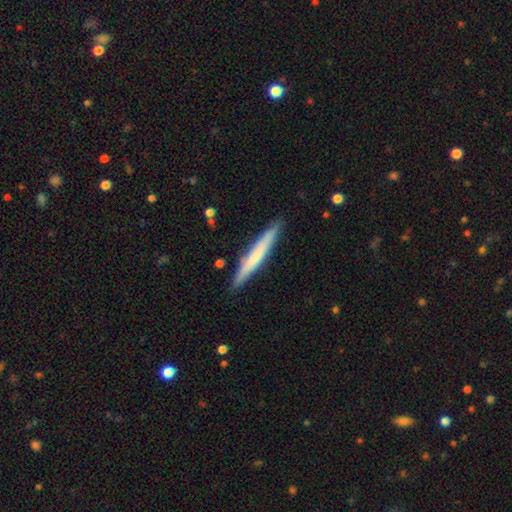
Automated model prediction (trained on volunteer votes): smooth 58%, featured or disk 36%, star or artifact 5%. Down the decision tree: how rounded — cigar-shaped (96%); merging — none (89%).